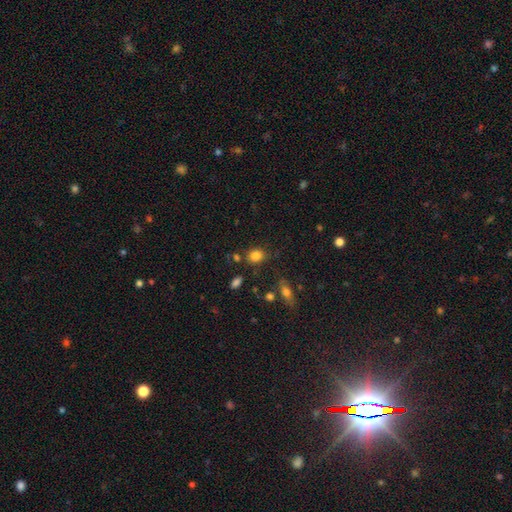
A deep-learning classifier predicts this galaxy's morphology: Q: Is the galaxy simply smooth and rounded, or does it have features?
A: smooth — 83%.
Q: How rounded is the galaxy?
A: round — 51%.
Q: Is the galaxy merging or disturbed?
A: none — 74%.